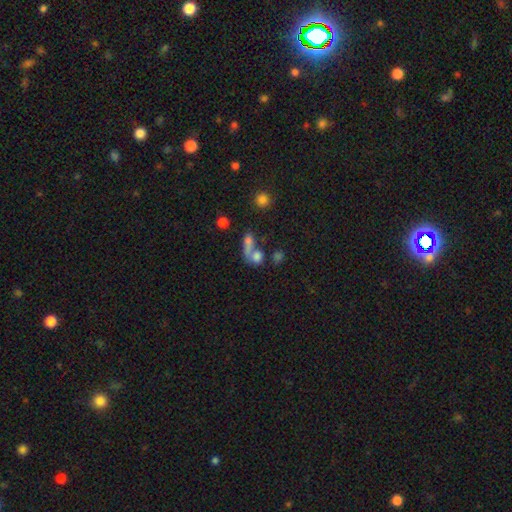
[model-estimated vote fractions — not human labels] smooth-or-featured: smooth: 71% | featured or disk: 15% | star or artifact: 14%
  how-rounded: round: 50% | in between: 43% | cigar-shaped: 7%
  merging: merger: 53% | none: 29% | major disturbance: 10% | minor disturbance: 9%